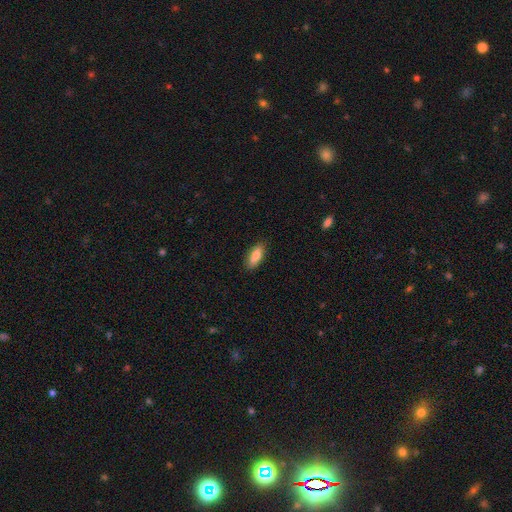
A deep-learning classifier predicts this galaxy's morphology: smooth 86%, featured or disk 8%, star or artifact 6%. Down the decision tree: how rounded — in between (71%); merging — none (86%).